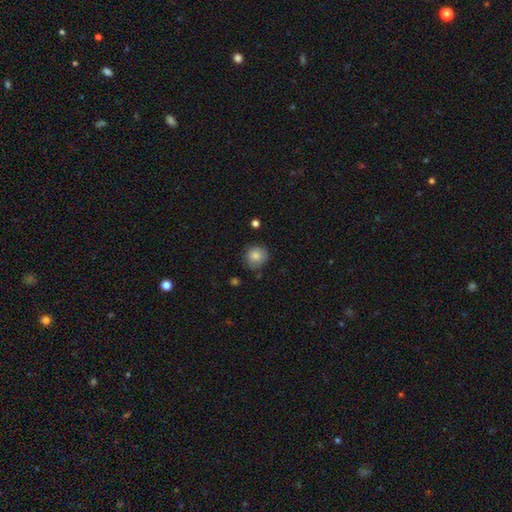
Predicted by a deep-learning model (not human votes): A smooth galaxy with no disk features (85%) that is round (91%).

Vote fractions:
- Smooth or featured? smooth: 85% / star or artifact: 9% / featured or disk: 6%
- How rounded? round: 91% / in between: 8% / cigar-shaped: 1%
- Merging? none: 79% / minor disturbance: 15% / major disturbance: 3% / merger: 2%